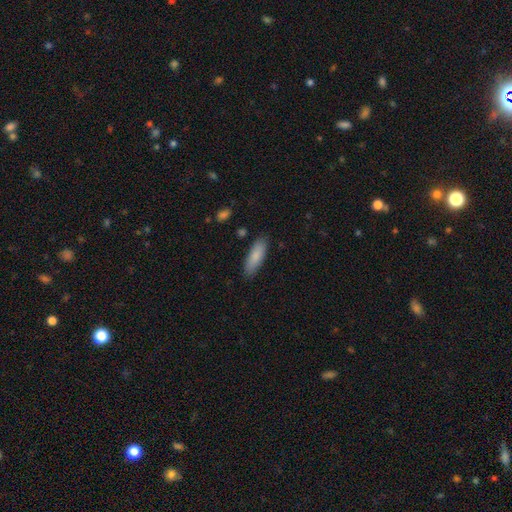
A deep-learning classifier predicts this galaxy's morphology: smooth 85%, featured or disk 9%, star or artifact 6%. Down the decision tree: how rounded — in between (57%); merging — none (85%).